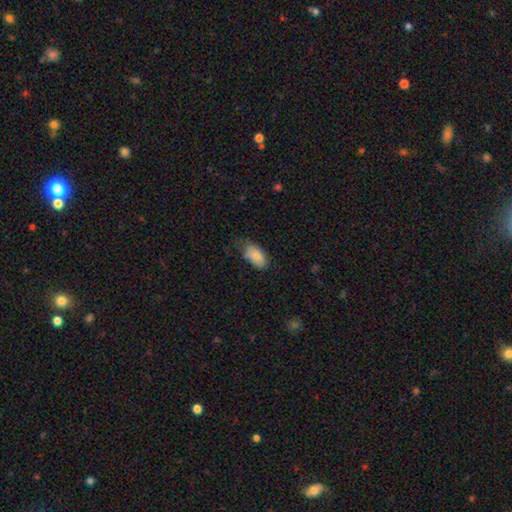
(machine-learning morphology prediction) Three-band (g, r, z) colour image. It shows a smooth galaxy with no disk features (84%) that is in between round and cigar-shaped (94%). Merging: none (54%).